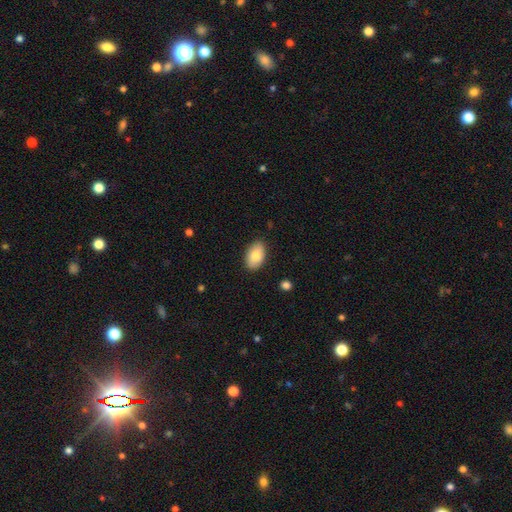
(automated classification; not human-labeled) Smooth or featured: smooth — 84% (featured or disk — 10%)
How rounded: in between — 93% (round — 6%)
Merging: none — 85% (minor disturbance — 12%)